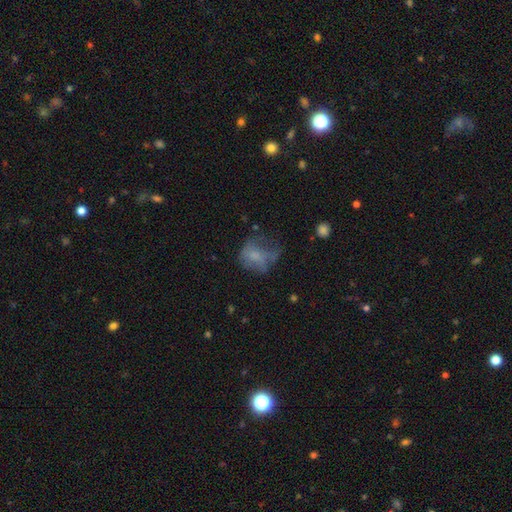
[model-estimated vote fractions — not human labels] This is possibly a smooth galaxy (55%). How rounded: possibly round (52%). Merging: marginally major disturbance (37%).